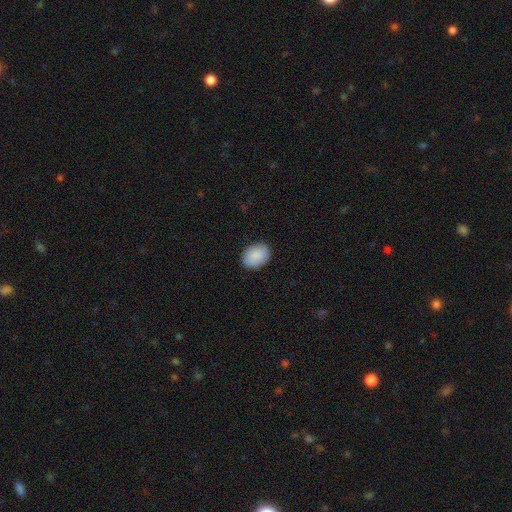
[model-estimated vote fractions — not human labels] A smooth galaxy with no disk features (89%) that is in between round and cigar-shaped (69%). Merging: none (88%).